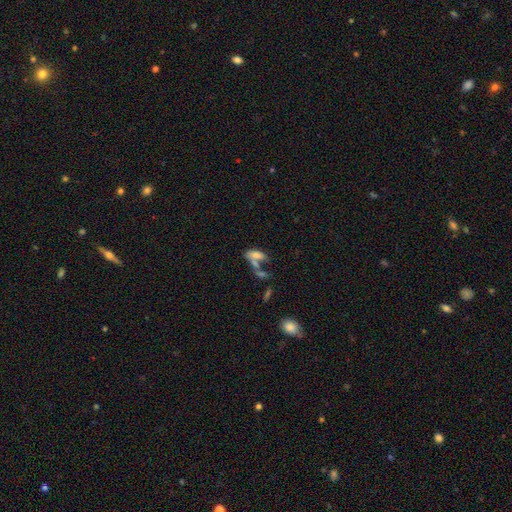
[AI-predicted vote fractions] Smooth or featured? Predicted: smooth (p=0.63). How rounded? Predicted: in between (p=0.77). Merging? Predicted: merger (p=0.48).